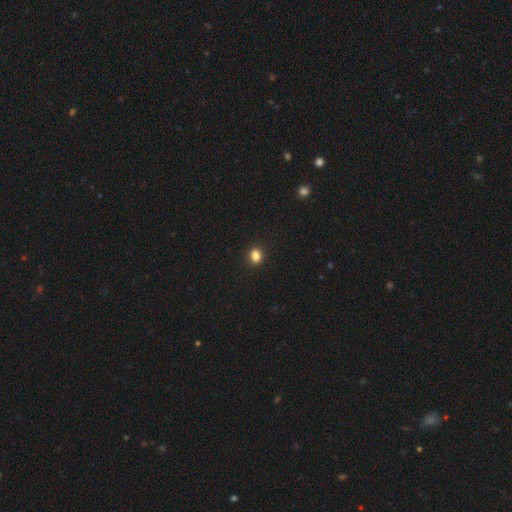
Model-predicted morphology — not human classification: Smooth or featured?
  - smooth: 84% *
  - star or artifact: 12%
  - featured or disk: 4%
How rounded?
  - round: 63% *
  - in between: 36%
  - cigar-shaped: 1%
Merging?
  - none: 91% *
  - minor disturbance: 6%
  - major disturbance: 2%
  - merger: 1%